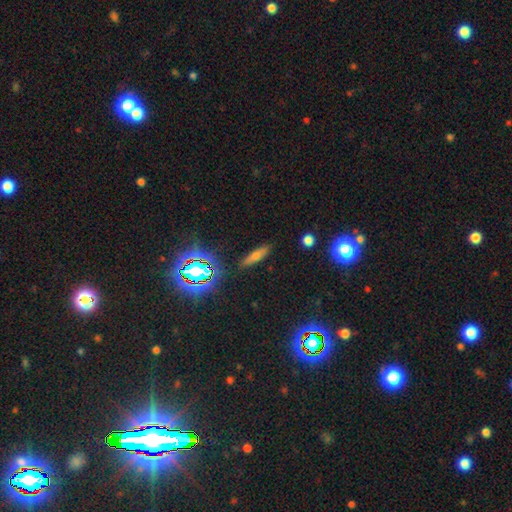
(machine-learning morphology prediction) Q: Smooth or featured?
A: smooth (54%); runner-up: featured or disk (23%)
Q: How rounded?
A: cigar-shaped (69%); runner-up: in between (26%)
Q: Merging?
A: none (87%); runner-up: minor disturbance (9%)